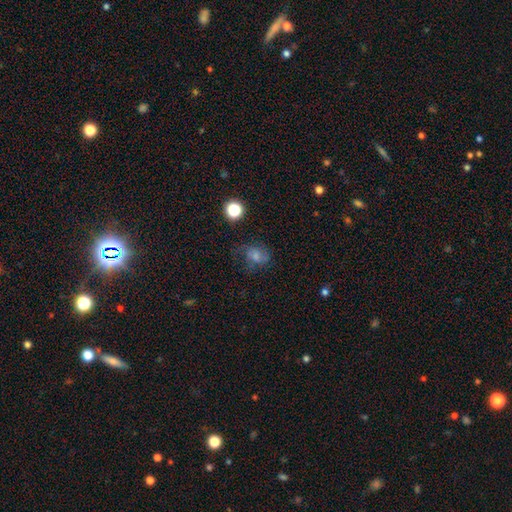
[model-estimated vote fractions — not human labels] smooth_or_featured: smooth (p=0.61) [alt: featured or disk p=0.23]
how_rounded: in between (p=0.51) [alt: round p=0.48]
merging: none (p=0.48) [alt: minor disturbance p=0.27]